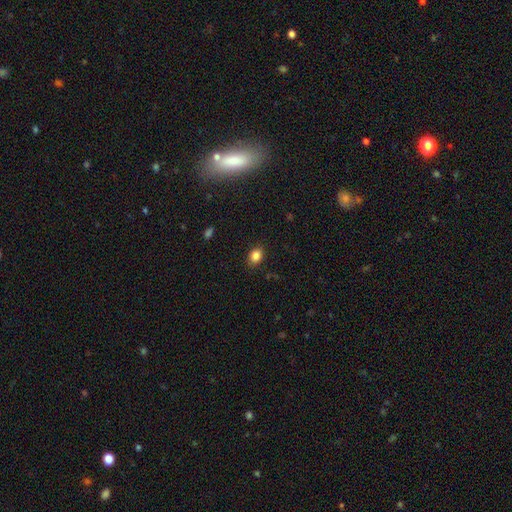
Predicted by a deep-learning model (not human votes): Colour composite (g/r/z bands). It shows a smooth galaxy with no disk features (85%) that is in between round and cigar-shaped (61%). Merging: none (86%).